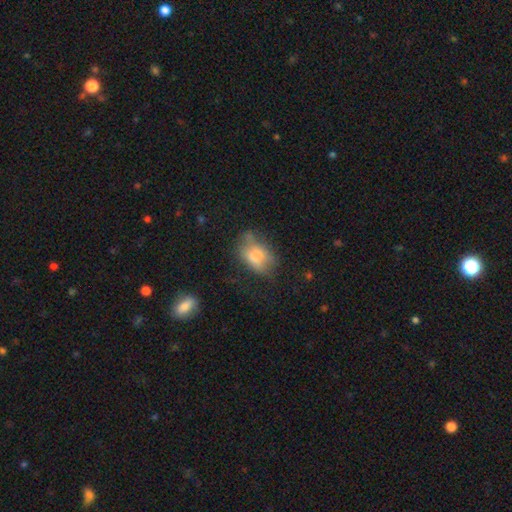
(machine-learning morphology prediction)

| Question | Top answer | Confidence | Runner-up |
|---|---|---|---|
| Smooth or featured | smooth | 65% | featured or disk (25%) |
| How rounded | in between | 83% | round (15%) |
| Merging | none | 36% | minor disturbance (32%) |